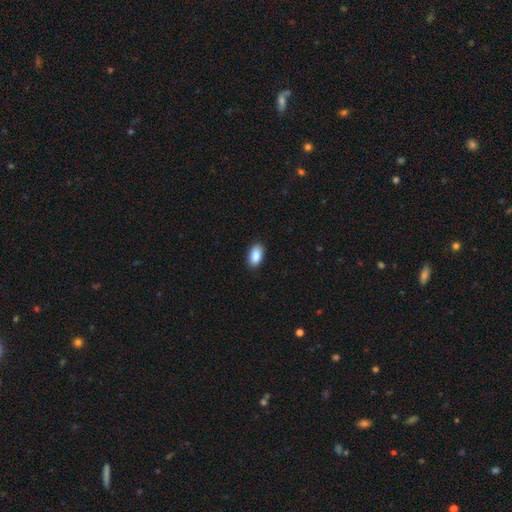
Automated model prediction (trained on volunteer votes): This is clearly a smooth galaxy (90%). How rounded: clearly in between (94%). Merging: clearly none (89%).